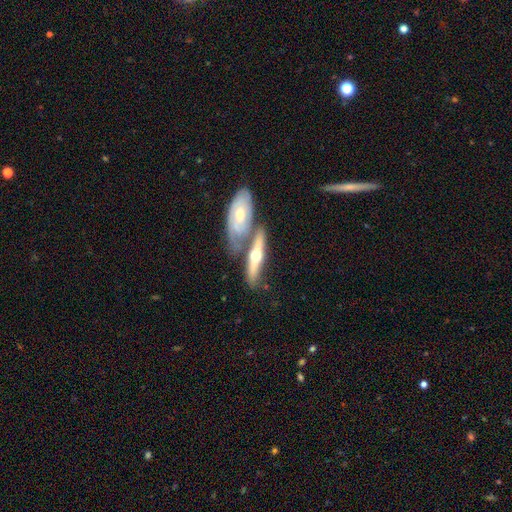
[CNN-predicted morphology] A featured or disk galaxy (65%) viewed edge-on (73%).

Vote fractions:
- Smooth or featured? featured or disk: 65% / smooth: 30% / star or artifact: 5%
- Edge-on disk? yes: 73% / no: 27%
- Merging? none: 46% / merger: 37% / minor disturbance: 13% / major disturbance: 4%